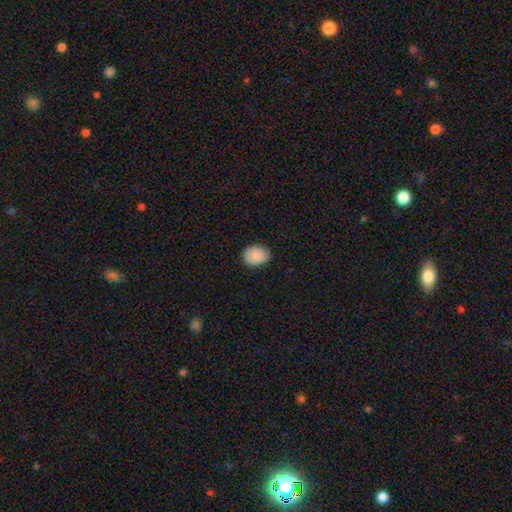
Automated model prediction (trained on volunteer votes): Smooth or featured? smooth (87%)
How rounded? round (50%)
Merging? none (82%)